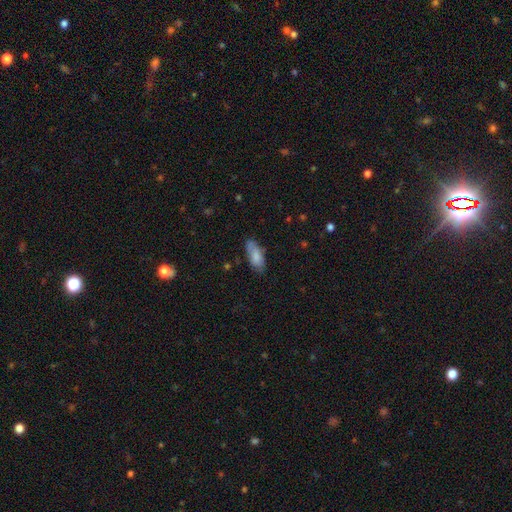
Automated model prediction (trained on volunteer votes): Overall: smooth (78%). How rounded: in between (77%). Merging: none (68%).